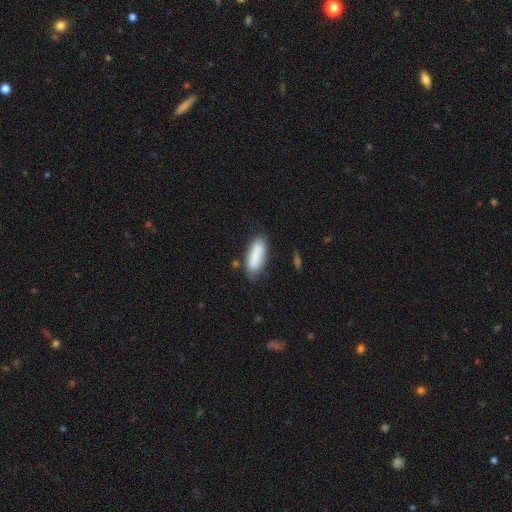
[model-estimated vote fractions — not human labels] Q: Smooth or featured?
A: smooth (81%); runner-up: featured or disk (13%)
Q: How rounded?
A: in between (68%); runner-up: cigar-shaped (30%)
Q: Merging?
A: none (67%); runner-up: minor disturbance (22%)